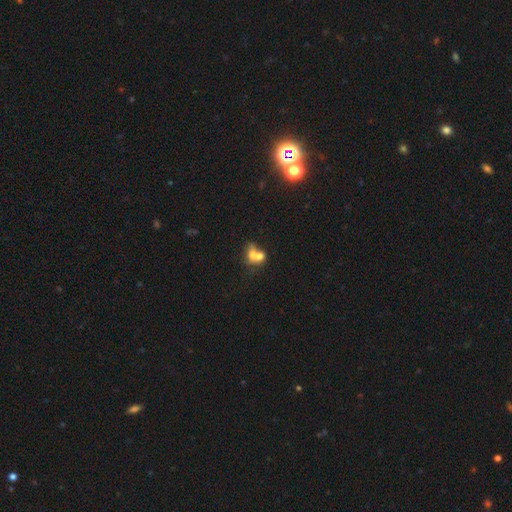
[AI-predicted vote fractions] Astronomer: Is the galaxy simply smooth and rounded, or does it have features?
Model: smooth — 64%.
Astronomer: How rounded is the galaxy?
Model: in between — 52% (runner-up: round, 46%).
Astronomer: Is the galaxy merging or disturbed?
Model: merger — 70%.